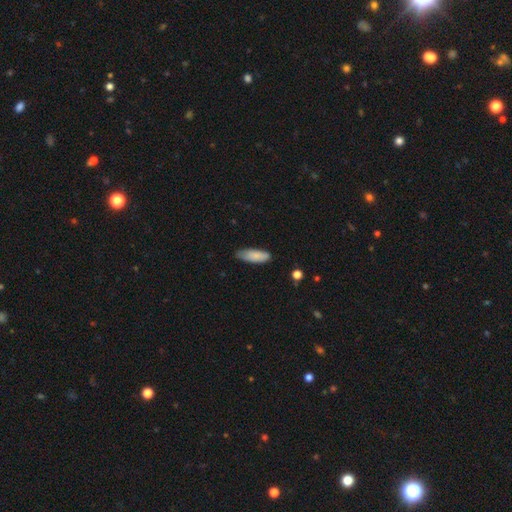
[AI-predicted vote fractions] Morphology: type=smooth (84%); roundness=in between (64%); merging=none (70%).